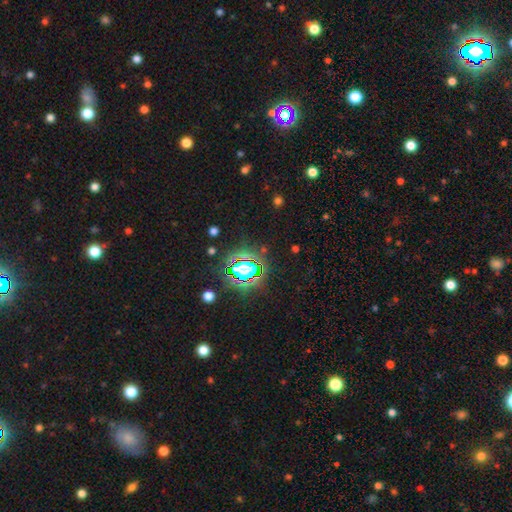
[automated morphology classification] This is likely a star or artifact rather than a galaxy (78%).